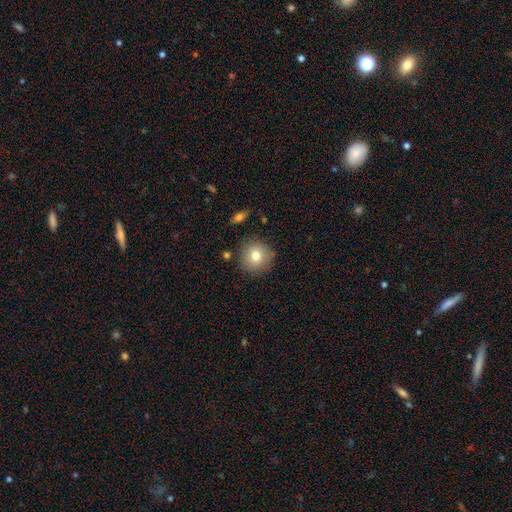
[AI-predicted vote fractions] This is likely a smooth galaxy (78%). How rounded: clearly round (93%). Merging: clearly none (86%).